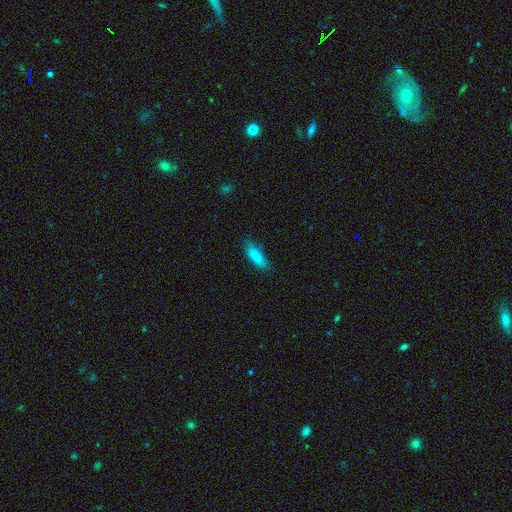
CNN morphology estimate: type=smooth (79%); roundness=cigar-shaped (61%); merging=none (71%).